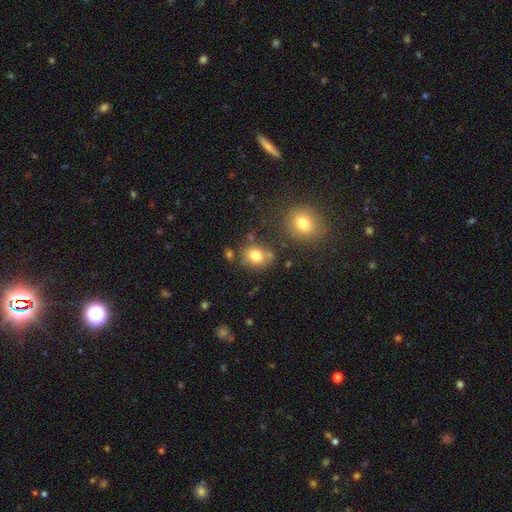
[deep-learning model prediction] Overall: smooth (79%). How rounded: round (64%; in between 35%). Merging: none (67%).